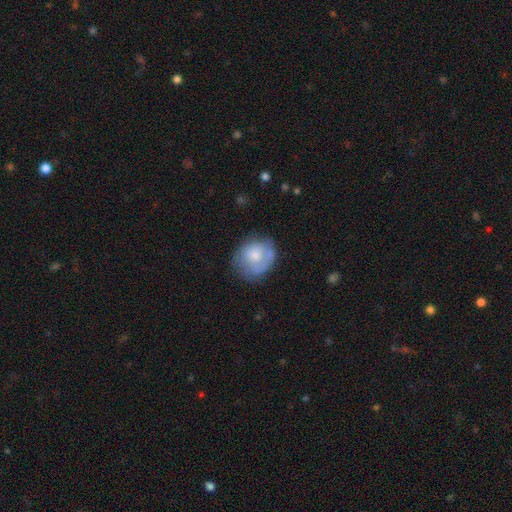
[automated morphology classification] Smooth or featured? smooth (59%)
How rounded? round (67%)
Merging? none (53%)